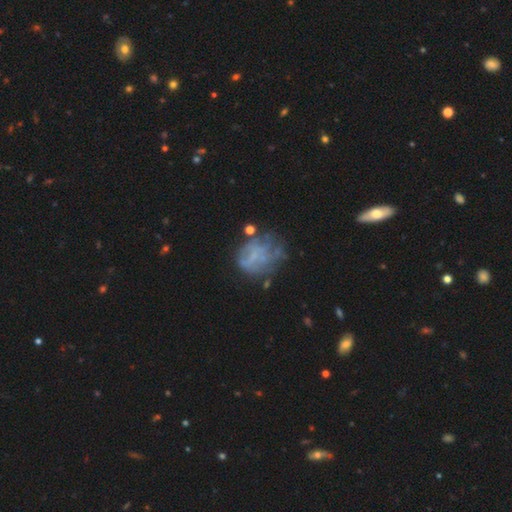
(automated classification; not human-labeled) The model was most divided on "merging": none: 45%, major disturbance: 26%, minor disturbance: 23%, merger: 6%. More confident: edge-on disk — no (98%); bar — no (76%); spiral arms — no (71%); bulge size — none (64%); smooth or featured — featured or disk (54%).